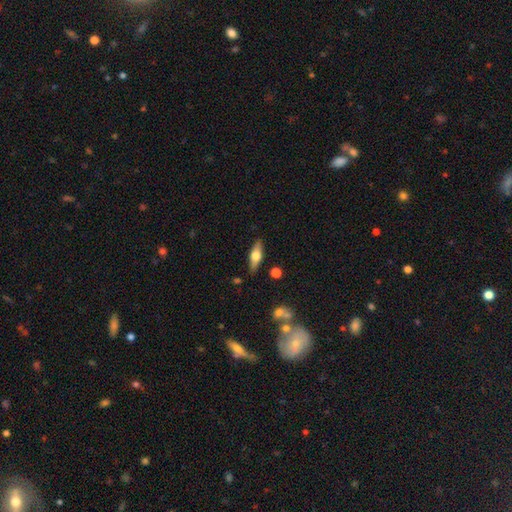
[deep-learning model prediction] A featured or disk galaxy (52%) viewed edge-on (91%).

Vote fractions:
- Smooth or featured? featured or disk: 52% / smooth: 42% / star or artifact: 6%
- Edge-on disk? yes: 91% / no: 9%
- Merging? none: 86% / minor disturbance: 10% / major disturbance: 2% / merger: 2%